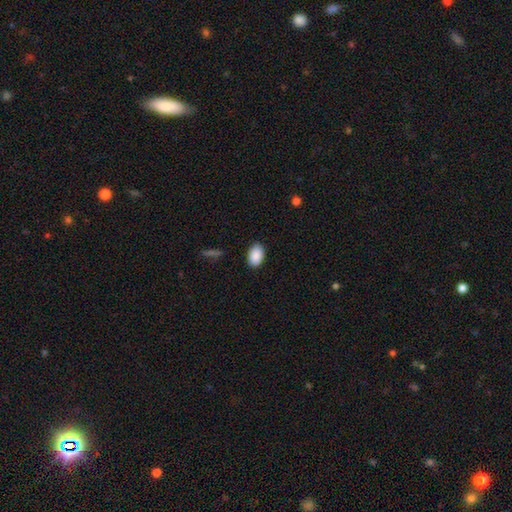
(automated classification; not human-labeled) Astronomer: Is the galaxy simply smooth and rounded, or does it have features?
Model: smooth — 90%.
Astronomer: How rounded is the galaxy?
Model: in between — 89%.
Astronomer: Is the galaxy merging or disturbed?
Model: none — 89%.